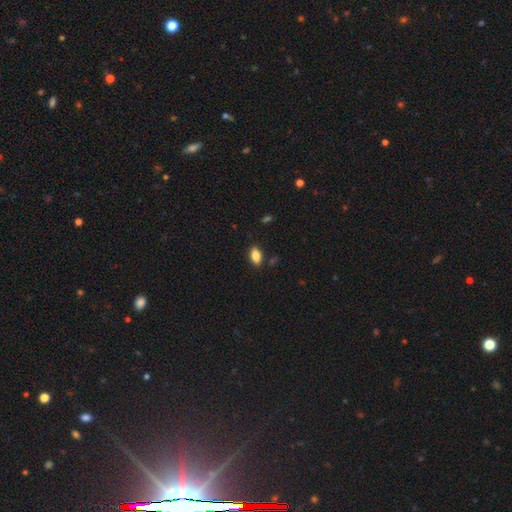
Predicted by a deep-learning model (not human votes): smooth-or-featured: smooth: 85% | star or artifact: 8% | featured or disk: 7%
  how-rounded: in between: 90% | cigar-shaped: 5% | round: 4%
  merging: none: 86% | minor disturbance: 10% | major disturbance: 2% | merger: 2%